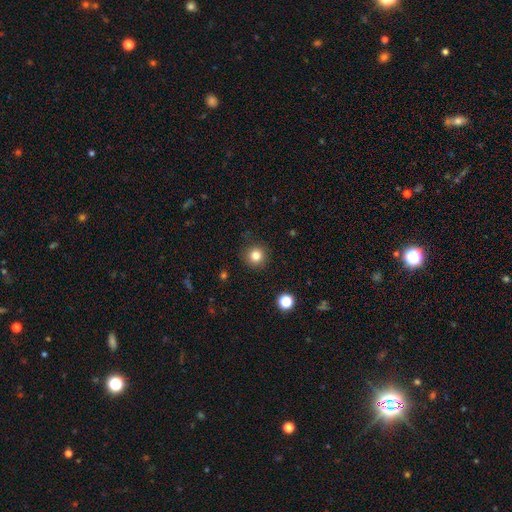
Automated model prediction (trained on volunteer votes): The model was most divided on "smooth or featured": smooth: 82%, star or artifact: 12%, featured or disk: 6%. More confident: how rounded — round (94%); merging — none (90%).